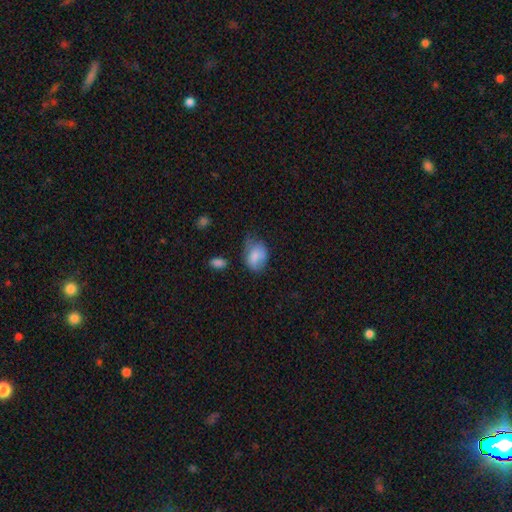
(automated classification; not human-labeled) The model was most divided on "merging" (2-way tie): minor disturbance: 39%, none: 39%, major disturbance: 17%, merger: 5%. More confident: how rounded — in between (76%); smooth or featured — smooth (73%).